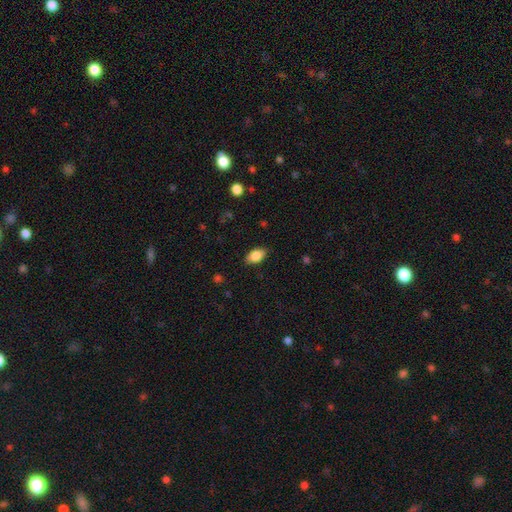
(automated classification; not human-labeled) This is clearly a smooth galaxy (84%). How rounded: clearly in between (91%). Merging: clearly none (85%).